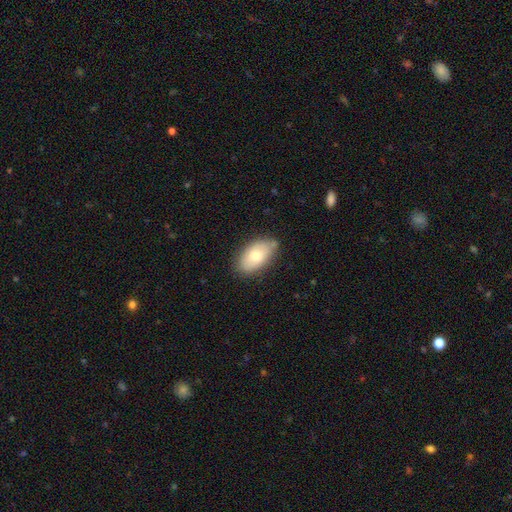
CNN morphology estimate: type=smooth (73%); roundness=in between (94%); merging=none (76%).